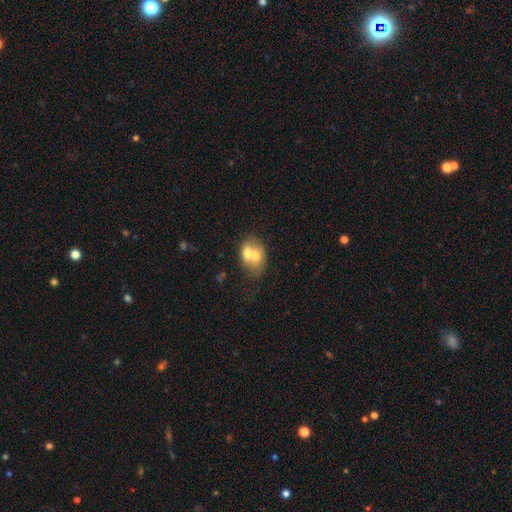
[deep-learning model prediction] Smooth or featured? Predicted: smooth (p=0.62). How rounded? Predicted: in between (p=0.69). Merging? Predicted: merger (p=0.63).